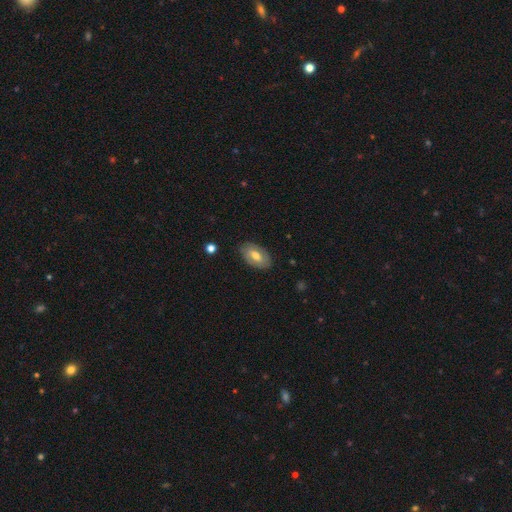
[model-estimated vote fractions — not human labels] Smooth or featured? smooth (55%)
How rounded? in between (92%)
Merging? none (82%)